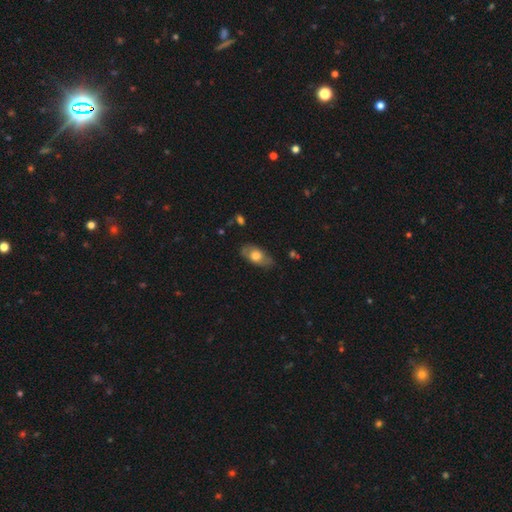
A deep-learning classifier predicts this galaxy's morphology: A smooth galaxy with no disk features (64%) that is in between round and cigar-shaped (87%).

Vote fractions:
- Smooth or featured? smooth: 64% / featured or disk: 29% / star or artifact: 6%
- How rounded? in between: 87% / round: 7% / cigar-shaped: 6%
- Merging? none: 71% / minor disturbance: 22% / major disturbance: 5% / merger: 2%